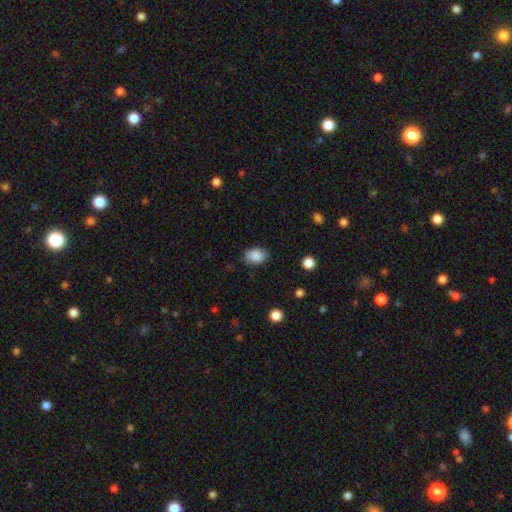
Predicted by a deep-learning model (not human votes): This is clearly a smooth galaxy (87%). How rounded: likely in between (75%). Merging: clearly none (80%).